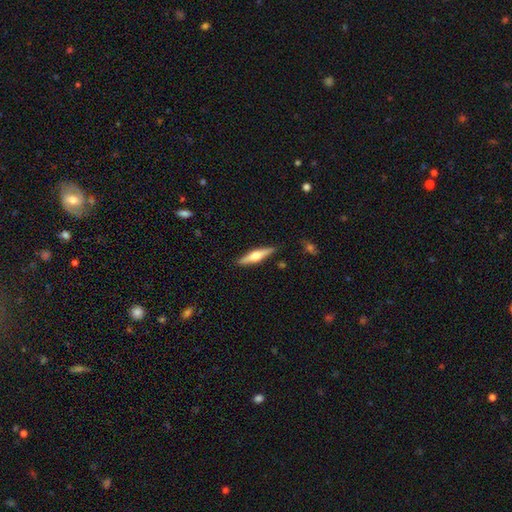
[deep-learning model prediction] smooth_or_featured: featured or disk (p=0.63) [alt: smooth p=0.31]
disk_edge_on: yes (p=0.97) [alt: no p=0.03]
edge_on_bulge: rounded (p=0.93) [alt: boxy p=0.05]
merging: none (p=0.89) [alt: minor disturbance p=0.08]